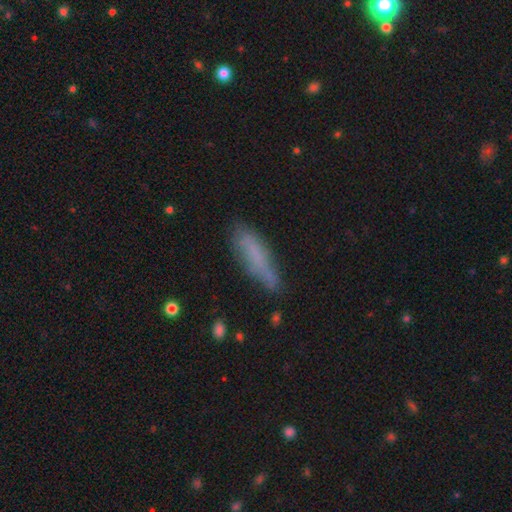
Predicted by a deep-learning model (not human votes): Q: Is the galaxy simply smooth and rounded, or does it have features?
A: smooth — 69%.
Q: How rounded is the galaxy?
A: cigar-shaped — 72%.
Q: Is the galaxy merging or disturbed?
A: none — 66%.